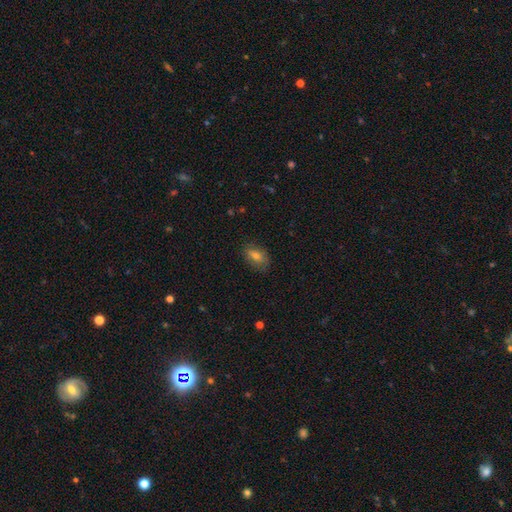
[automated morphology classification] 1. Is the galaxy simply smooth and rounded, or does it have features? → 70% smooth, 18% featured or disk, 13% star or artifact.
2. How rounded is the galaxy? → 84% in between, 13% round, 3% cigar-shaped.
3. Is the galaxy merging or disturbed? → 80% none, 16% minor disturbance, 3% major disturbance, 1% merger.